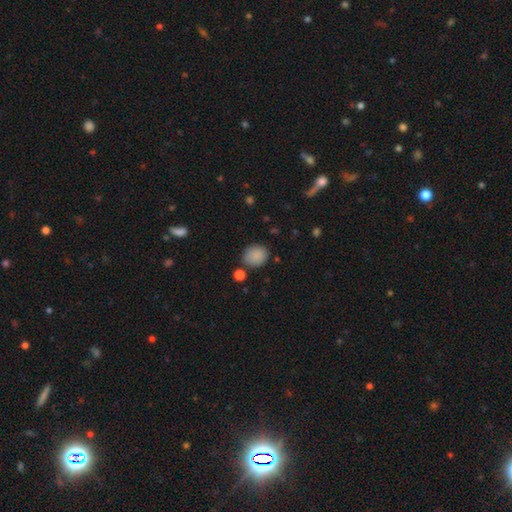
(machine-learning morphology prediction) A smooth galaxy with no disk features (87%) that is round (73%).

Vote fractions:
- Smooth or featured? smooth: 87% / star or artifact: 9% / featured or disk: 4%
- How rounded? round: 73% / in between: 26% / cigar-shaped: 1%
- Merging? none: 81% / minor disturbance: 12% / merger: 5% / major disturbance: 3%